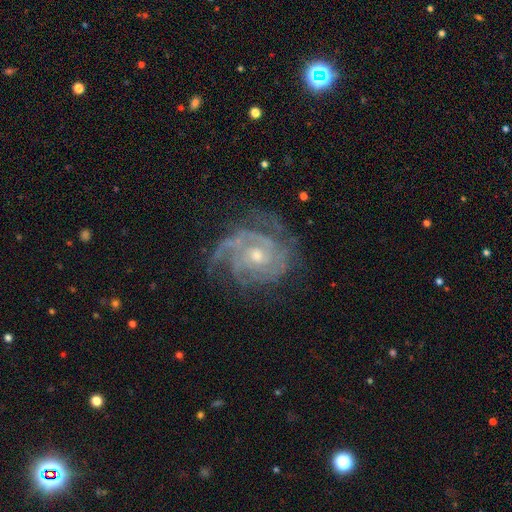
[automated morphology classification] A featured or disk galaxy (88%) with no bar (71%), 3 (30%) tight (64%) spiral arms (96%) and a small central bulge (49%). Merging: none (64%).